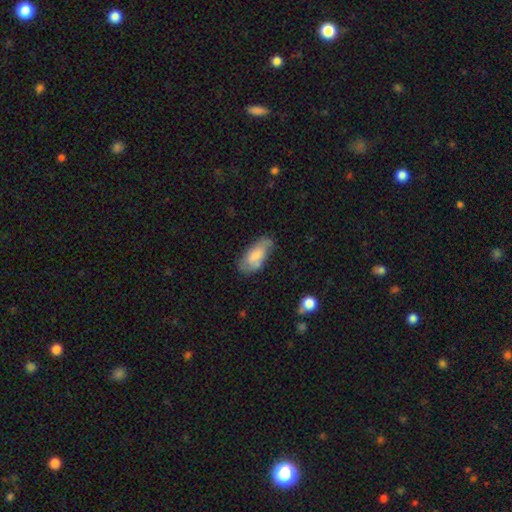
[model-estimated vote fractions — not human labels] This appears to be a smooth galaxy with no disk features (68%) that is in between round and cigar-shaped (89%). Merging: none (57%).